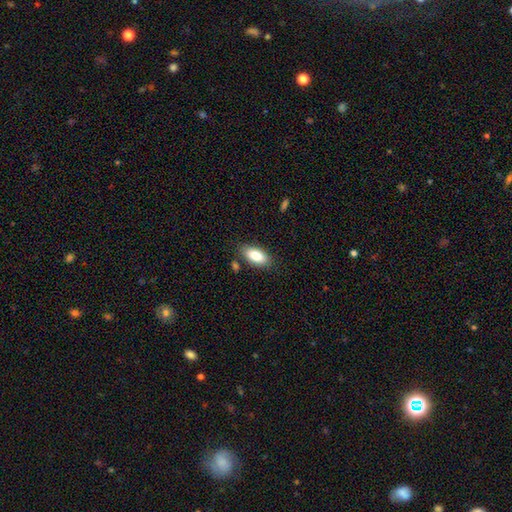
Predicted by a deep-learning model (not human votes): smooth-or-featured: smooth: 85% | featured or disk: 8% | star or artifact: 7%
  how-rounded: in between: 89% | cigar-shaped: 8% | round: 3%
  merging: none: 81% | minor disturbance: 13% | merger: 3% | major disturbance: 3%